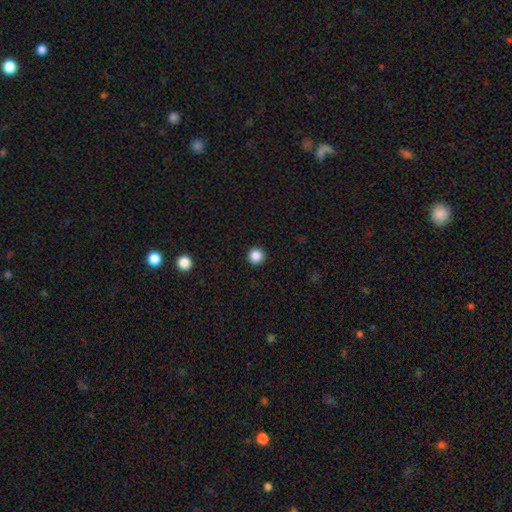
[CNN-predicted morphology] Overall: smooth (87%). How rounded: round (96%). Merging: none (93%).